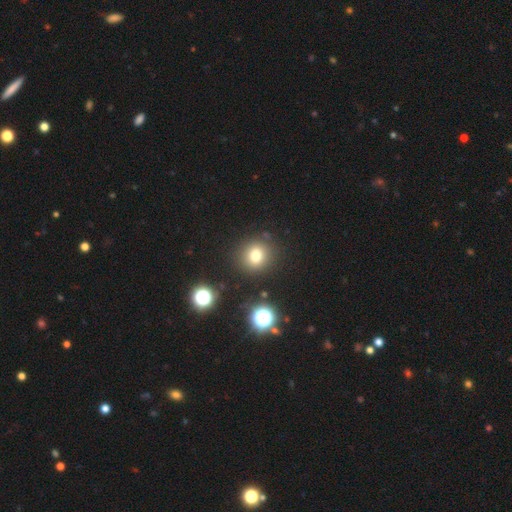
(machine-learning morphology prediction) Smooth or featured: smooth — 74% (star or artifact — 17%)
How rounded: round — 87% (in between — 12%)
Merging: none — 87% (minor disturbance — 7%)